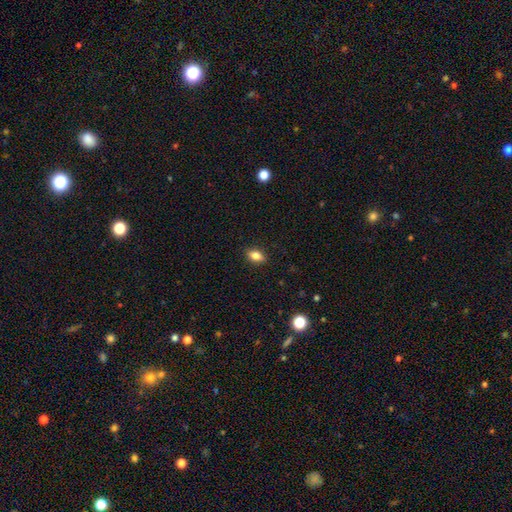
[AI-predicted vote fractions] Morphology: type=smooth (80%); roundness=in between (82%); merging=none (88%).